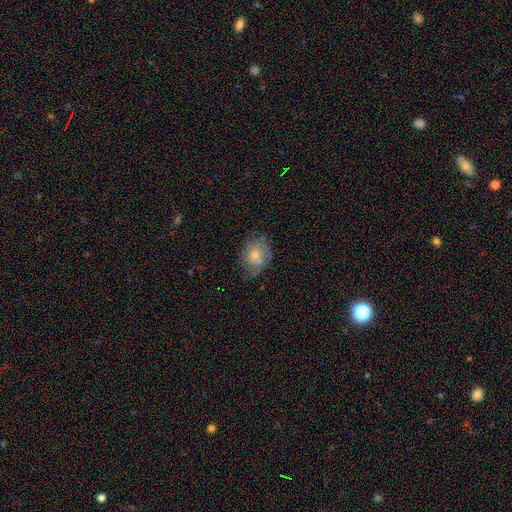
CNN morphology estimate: Smooth or featured? Predicted: smooth (p=0.63). How rounded? Predicted: in between (p=0.59). Merging? Predicted: none (p=0.51).